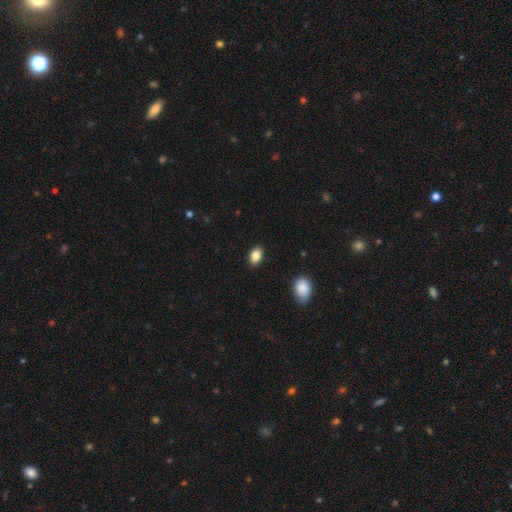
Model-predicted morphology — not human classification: Smooth or featured? Predicted: smooth (p=0.86). How rounded? Predicted: in between (p=0.82). Merging? Predicted: none (p=0.88).